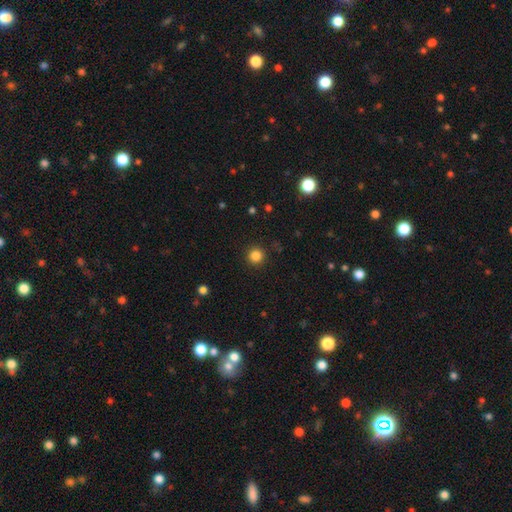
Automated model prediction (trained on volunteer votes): The model was most divided on "smooth or featured": smooth: 84%, star or artifact: 12%, featured or disk: 4%. More confident: how rounded — round (95%); merging — none (91%).